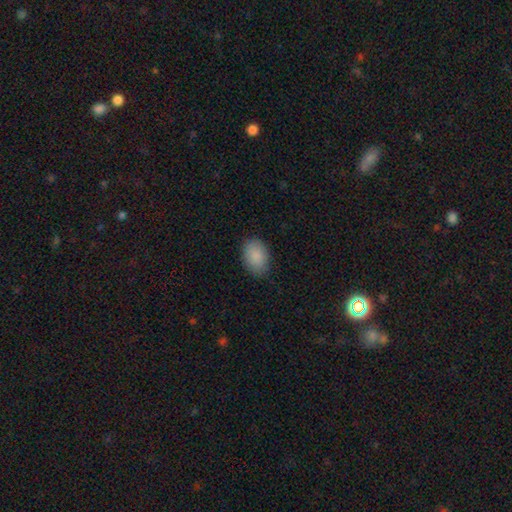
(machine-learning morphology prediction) smooth-or-featured: smooth: 89% | star or artifact: 7% | featured or disk: 4%
  how-rounded: in between: 83% | round: 16% | cigar-shaped: 1%
  merging: none: 83% | minor disturbance: 13% | major disturbance: 3% | merger: 1%